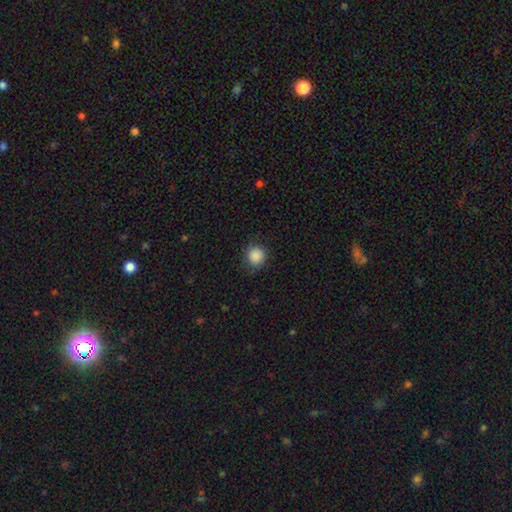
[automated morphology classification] smooth 88%, star or artifact 9%, featured or disk 3%. Down the decision tree: how rounded — round (88%); merging — none (84%).